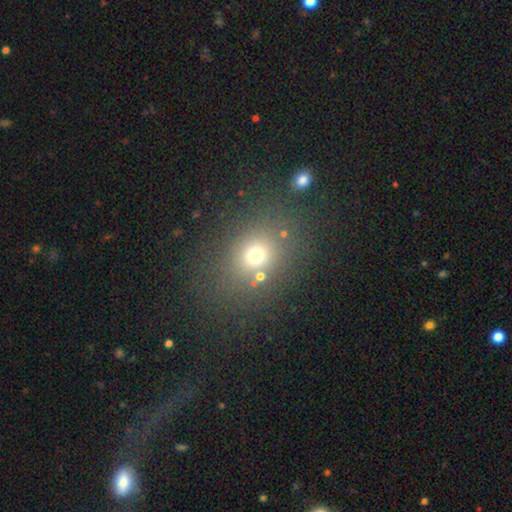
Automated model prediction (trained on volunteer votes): Morphology: type=smooth (67%); roundness=round (62%); merging=none (74%).